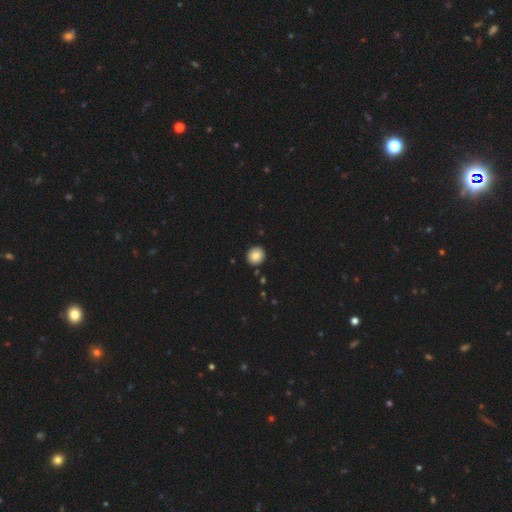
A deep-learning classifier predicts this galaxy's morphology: A smooth galaxy with no disk features (83%) that is round (88%).

Vote fractions:
- Smooth or featured? smooth: 83% / star or artifact: 9% / featured or disk: 8%
- How rounded? round: 88% / in between: 11% / cigar-shaped: 1%
- Merging? none: 91% / minor disturbance: 6% / merger: 2% / major disturbance: 1%